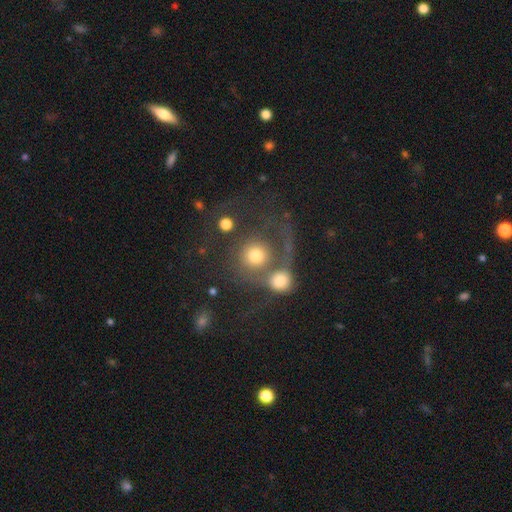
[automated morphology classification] This is likely a smooth galaxy (62%). How rounded: clearly round (87%). Merging: possibly merger (50%).